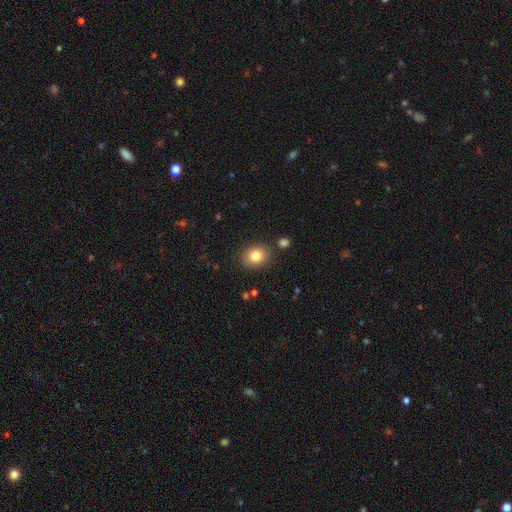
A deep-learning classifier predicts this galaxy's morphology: smooth 82%, star or artifact 10%, featured or disk 8%. Down the decision tree: how rounded — round (55%); merging — none (83%).